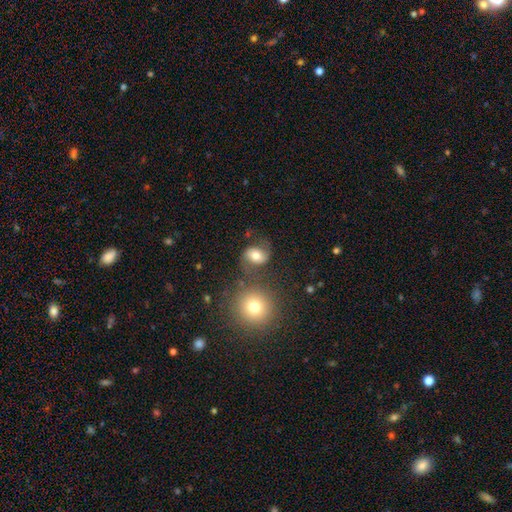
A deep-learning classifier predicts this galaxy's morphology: Smooth or featured? Predicted: smooth (p=0.53). How rounded? Predicted: round (p=0.52). Merging? Predicted: none (p=0.59).